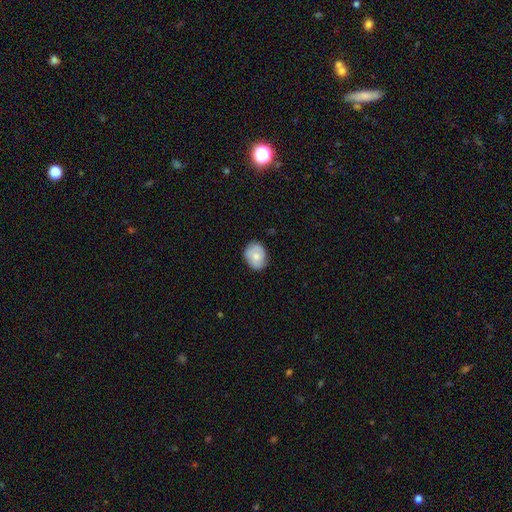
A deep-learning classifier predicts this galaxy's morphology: Smooth or featured?
  - smooth: 70% *
  - featured or disk: 23%
  - star or artifact: 7%
How rounded?
  - round: 50% *
  - in between: 49%
  - cigar-shaped: 1%
Merging?
  - none: 79% *
  - minor disturbance: 17%
  - major disturbance: 3%
  - merger: 1%